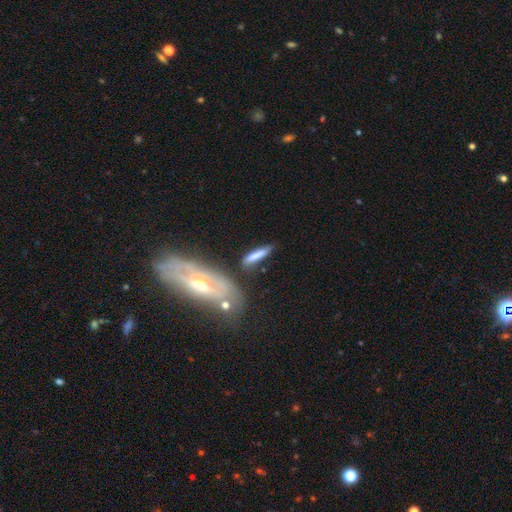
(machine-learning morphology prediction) A smooth galaxy with no disk features (69%) that is cigar-shaped (82%).

Vote fractions:
- Smooth or featured? smooth: 69% / featured or disk: 25% / star or artifact: 6%
- How rounded? cigar-shaped: 82% / in between: 16% / round: 2%
- Merging? none: 65% / minor disturbance: 19% / merger: 9% / major disturbance: 7%